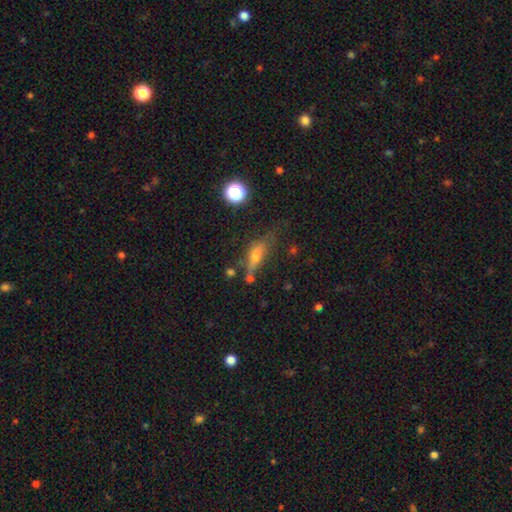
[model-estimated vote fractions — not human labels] Smooth or featured?
  - smooth: 51% *
  - featured or disk: 33%
  - star or artifact: 16%
How rounded?
  - cigar-shaped: 47% *
  - in between: 46%
  - round: 7%
Merging?
  - none: 49% *
  - minor disturbance: 25%
  - major disturbance: 16%
  - merger: 10%